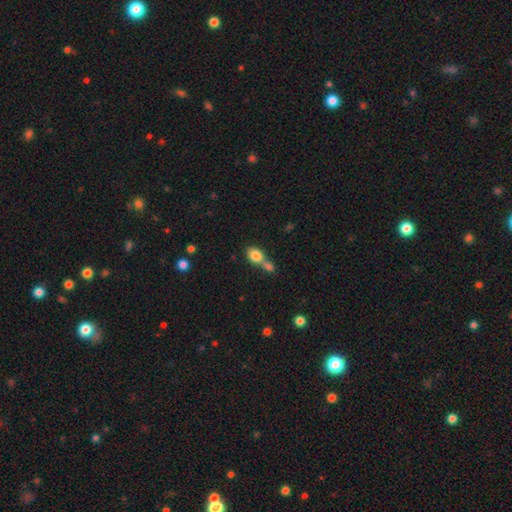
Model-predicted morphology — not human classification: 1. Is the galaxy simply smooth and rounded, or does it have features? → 82% smooth, 9% featured or disk, 9% star or artifact.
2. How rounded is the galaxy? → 62% in between, 35% round, 2% cigar-shaped.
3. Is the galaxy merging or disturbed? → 55% merger, 31% none, 9% minor disturbance, 5% major disturbance.